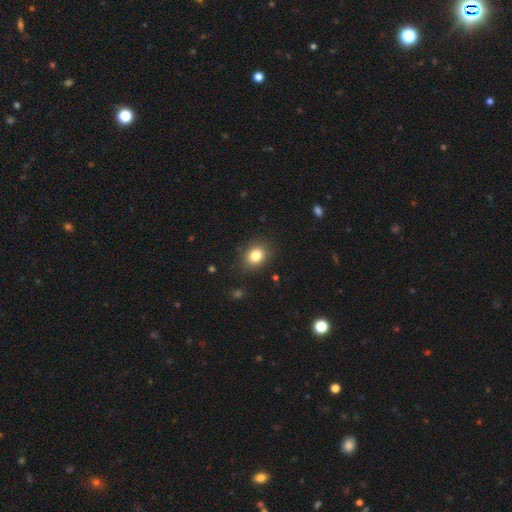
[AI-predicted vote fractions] This appears to be a smooth galaxy with no disk features (82%) that is round (58%). Merging: none (86%).